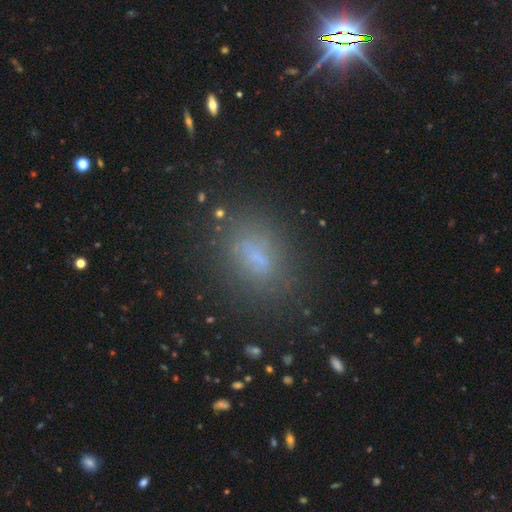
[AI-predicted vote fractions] Smooth or featured? smooth (66%)
How rounded? in between (74%)
Merging? none (79%)